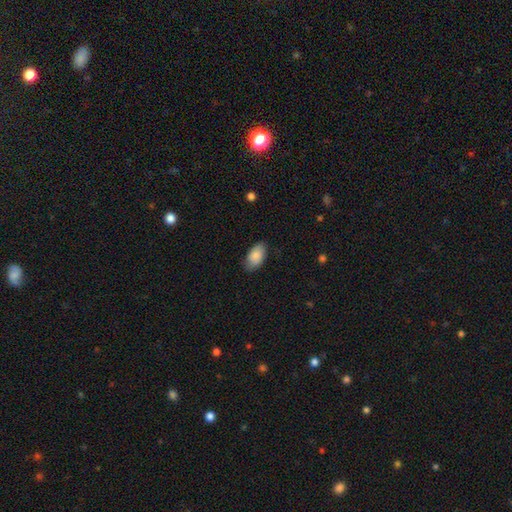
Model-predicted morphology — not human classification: Smooth or featured?
  - smooth: 86% *
  - featured or disk: 7%
  - star or artifact: 6%
How rounded?
  - in between: 94% *
  - round: 4%
  - cigar-shaped: 2%
Merging?
  - none: 80% *
  - minor disturbance: 16%
  - major disturbance: 3%
  - merger: 1%